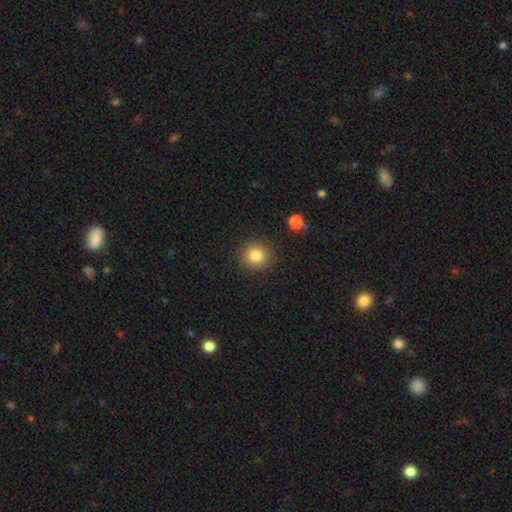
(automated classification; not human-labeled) This appears to be a smooth galaxy with no disk features (82%) that is round (91%). Merging: none (89%).